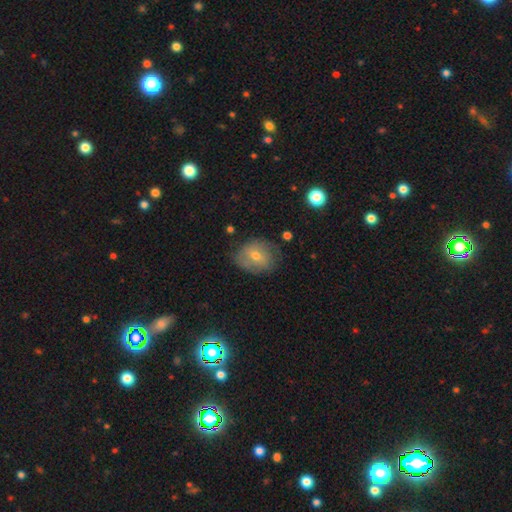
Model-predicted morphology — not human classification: smooth-or-featured: smooth: 53% | featured or disk: 36% | star or artifact: 11%
  how-rounded: round: 68% | in between: 31% | cigar-shaped: 1%
  merging: none: 70% | minor disturbance: 22% | major disturbance: 7% | merger: 2%